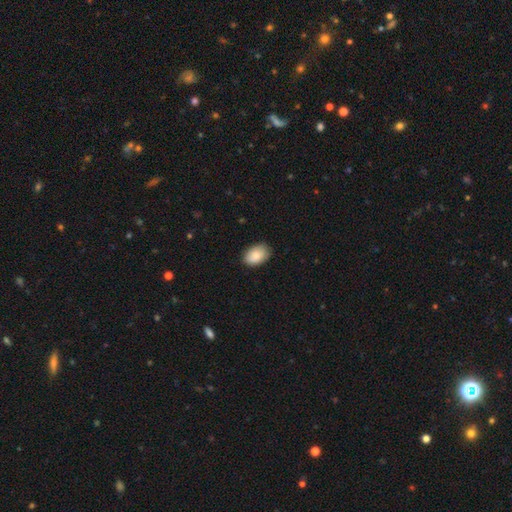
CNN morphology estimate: Smooth or featured?
  - smooth: 84% *
  - featured or disk: 10%
  - star or artifact: 7%
How rounded?
  - in between: 89% *
  - round: 10%
  - cigar-shaped: 1%
Merging?
  - none: 84% *
  - minor disturbance: 13%
  - major disturbance: 2%
  - merger: 1%